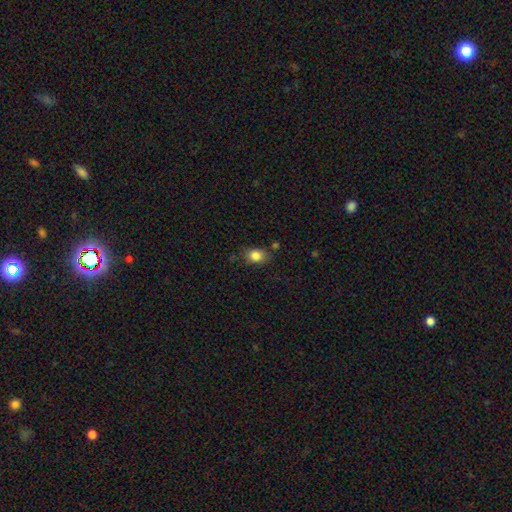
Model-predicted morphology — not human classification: This appears to be a smooth galaxy with no disk features (84%) that is in between round and cigar-shaped (58%). Merging: none (76%).